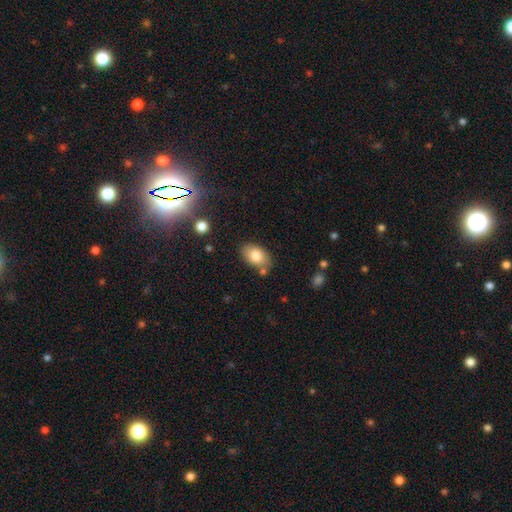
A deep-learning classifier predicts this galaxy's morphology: This appears to be a smooth galaxy with no disk features (79%) that is in between round and cigar-shaped (90%). Merging: none (78%).